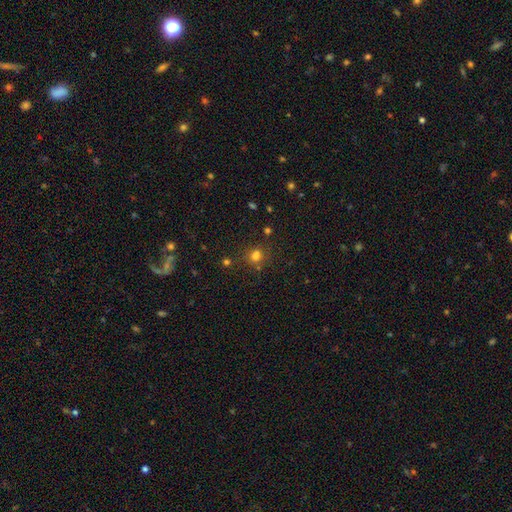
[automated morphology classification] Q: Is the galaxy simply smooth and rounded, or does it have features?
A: smooth — 73%.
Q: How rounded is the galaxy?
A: round — 78%.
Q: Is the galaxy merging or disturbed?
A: none — 69%.